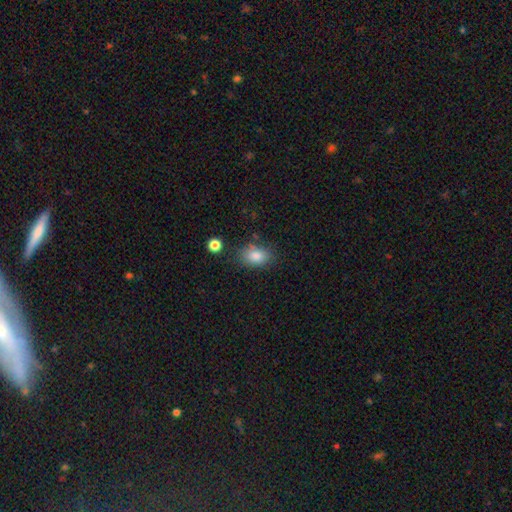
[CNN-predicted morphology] A smooth galaxy with no disk features (83%) that is in between round and cigar-shaped (80%). Merging: none (74%).